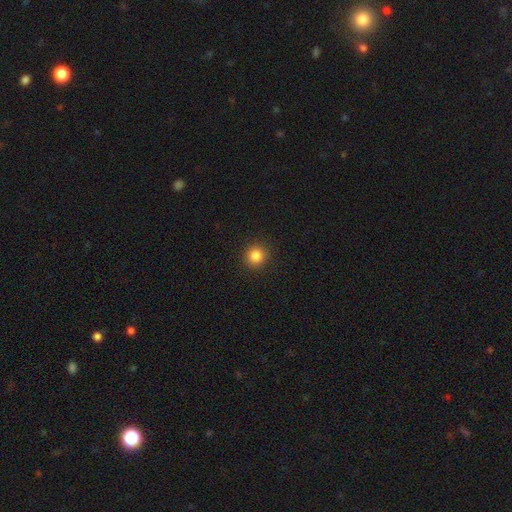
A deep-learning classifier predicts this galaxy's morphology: type=smooth (85%); roundness=round (93%); merging=none (91%).